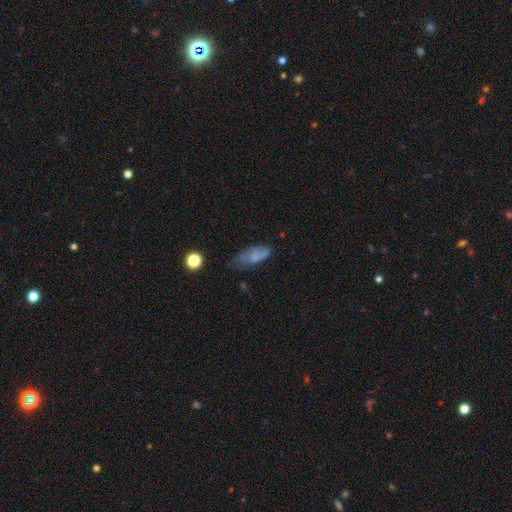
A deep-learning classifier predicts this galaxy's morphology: Smooth or featured: smooth — 61% (featured or disk — 26%)
How rounded: in between — 79% (cigar-shaped — 17%)
Merging: none — 42% (minor disturbance — 32%)